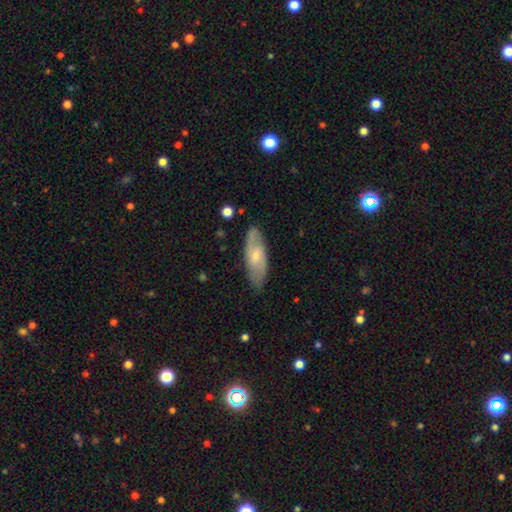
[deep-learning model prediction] Smooth or featured: featured or disk — 50% (smooth — 44%)
Merging: none — 78% (minor disturbance — 17%)